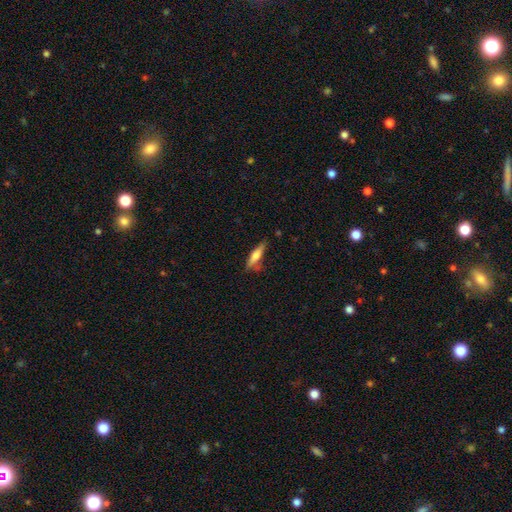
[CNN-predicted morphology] Smooth or featured? Predicted: smooth (p=0.62). How rounded? Predicted: cigar-shaped (p=0.74). Merging? Predicted: none (p=0.64).